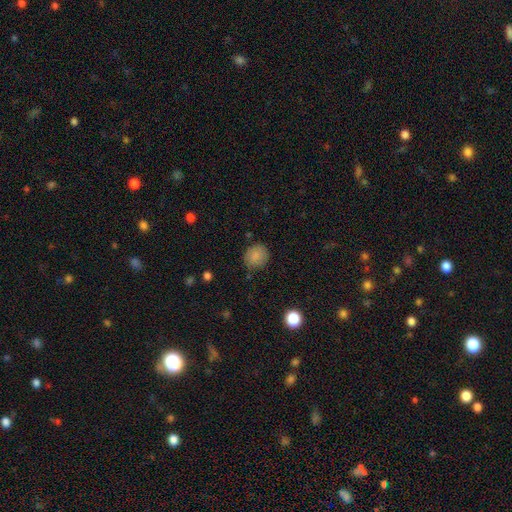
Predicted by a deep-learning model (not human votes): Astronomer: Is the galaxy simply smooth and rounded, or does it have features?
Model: smooth — 84%.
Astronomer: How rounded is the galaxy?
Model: round — 84%.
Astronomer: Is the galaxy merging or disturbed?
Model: none — 81%.